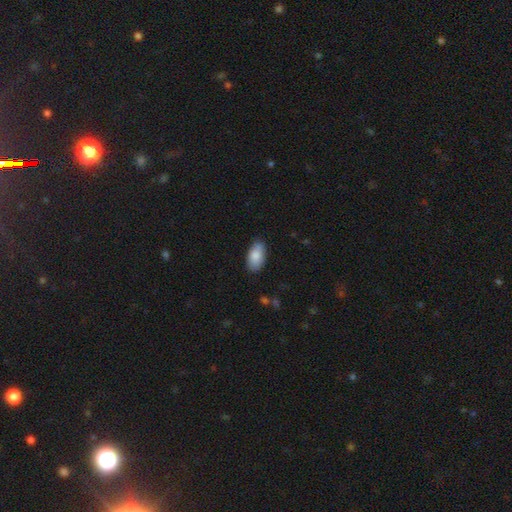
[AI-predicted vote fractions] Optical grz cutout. It shows a smooth galaxy with no disk features (86%) that is in between round and cigar-shaped (94%). Merging: none (82%).